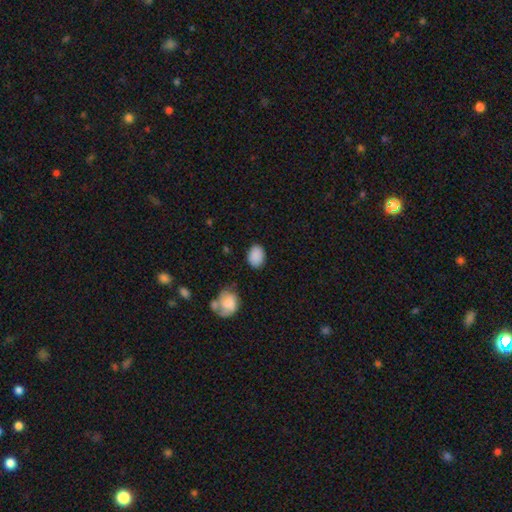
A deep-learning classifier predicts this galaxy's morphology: type=smooth (88%); roundness=in between (72%); merging=none (80%).